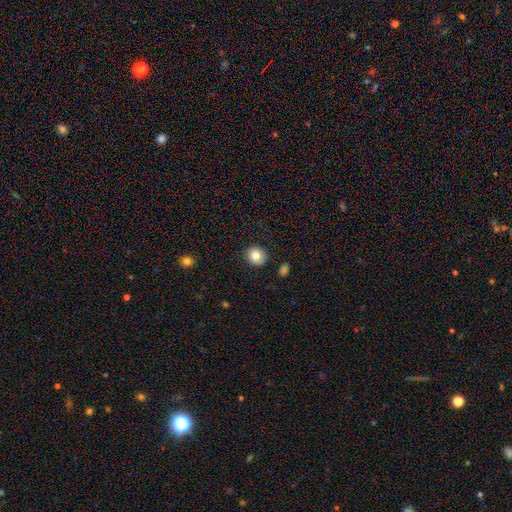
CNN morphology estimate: type=smooth (84%); roundness=round (83%); merging=none (88%).